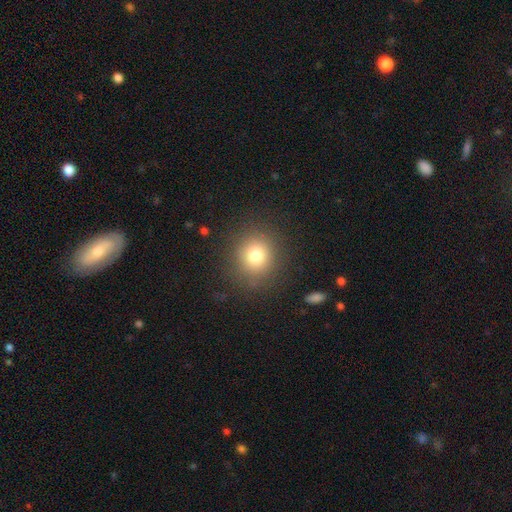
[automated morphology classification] Overall: smooth (77%). How rounded: round (88%). Merging: none (86%).